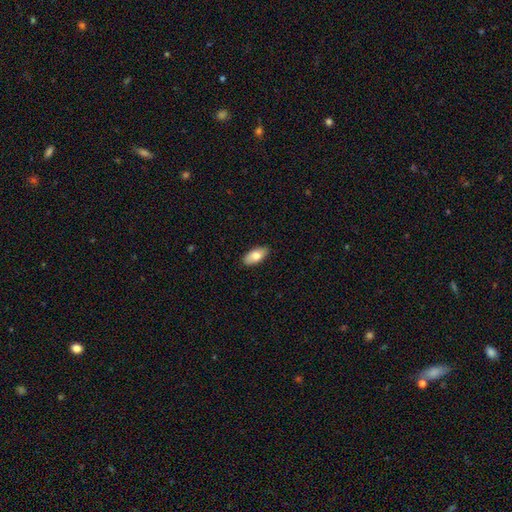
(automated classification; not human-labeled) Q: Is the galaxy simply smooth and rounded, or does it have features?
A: smooth — 79%.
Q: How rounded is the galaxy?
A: in between — 91%.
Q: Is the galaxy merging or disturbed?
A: none — 88%.